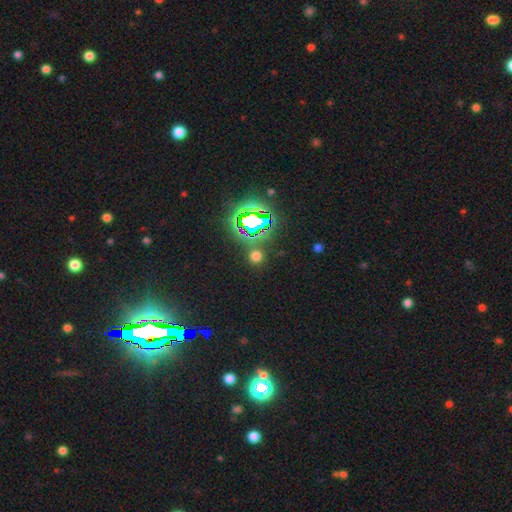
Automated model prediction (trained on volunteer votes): Smooth or featured? smooth (52%)
How rounded? round (89%)
Merging? none (84%)